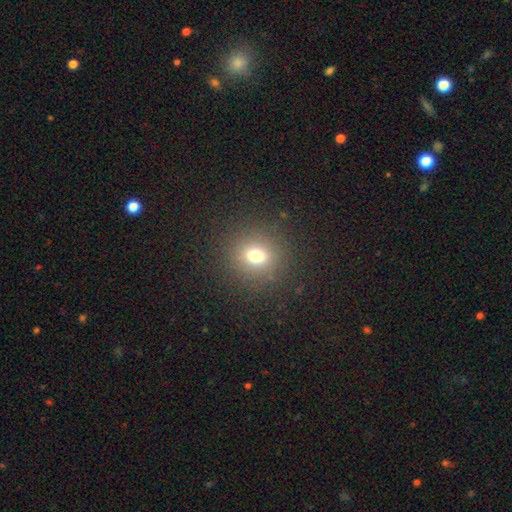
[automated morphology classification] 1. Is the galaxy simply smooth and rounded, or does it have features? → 71% smooth, 19% star or artifact, 10% featured or disk.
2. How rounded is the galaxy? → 84% round, 14% in between, 1% cigar-shaped.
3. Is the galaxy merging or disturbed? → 88% none, 7% minor disturbance, 4% major disturbance, 1% merger.